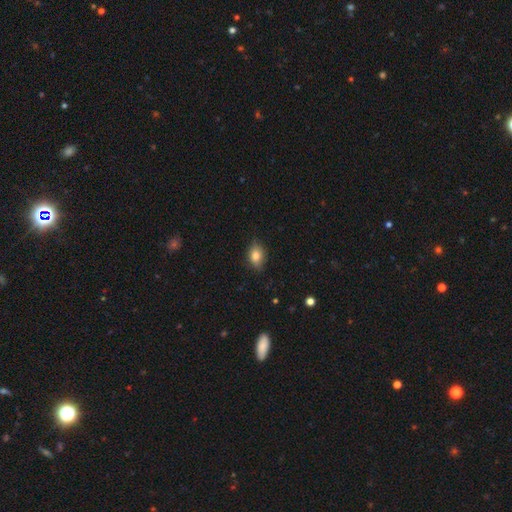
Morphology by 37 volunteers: smooth 89%, featured or disk 5%, star or artifact 5%. Down the decision tree: how rounded — in between (79%); merging — none (83%).